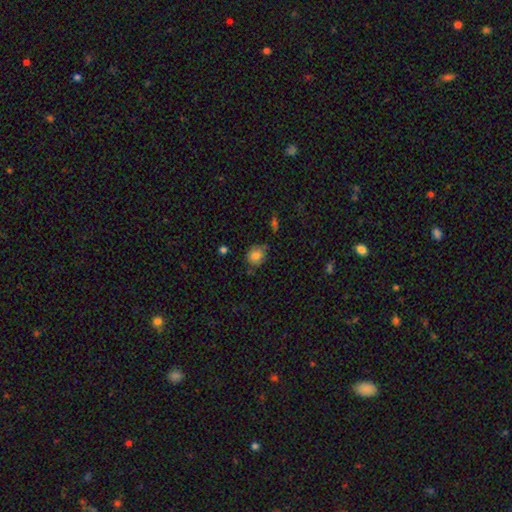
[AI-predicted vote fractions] Morphology: type=smooth (80%); roundness=round (71%); merging=none (65%).